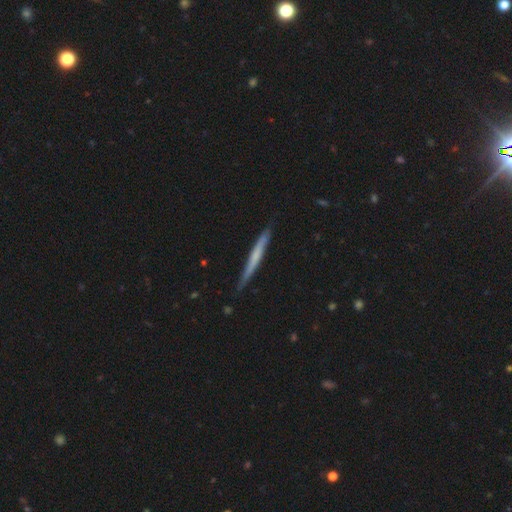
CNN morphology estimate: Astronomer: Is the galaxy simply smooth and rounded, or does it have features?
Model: smooth — 48% (runner-up: featured or disk, 46%).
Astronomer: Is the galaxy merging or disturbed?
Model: none — 82%.